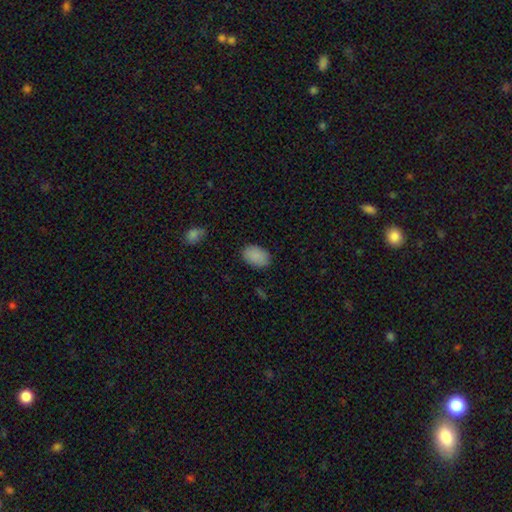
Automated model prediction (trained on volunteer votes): Smooth or featured: smooth — 89% (star or artifact — 7%)
How rounded: in between — 88% (round — 11%)
Merging: none — 86% (minor disturbance — 10%)